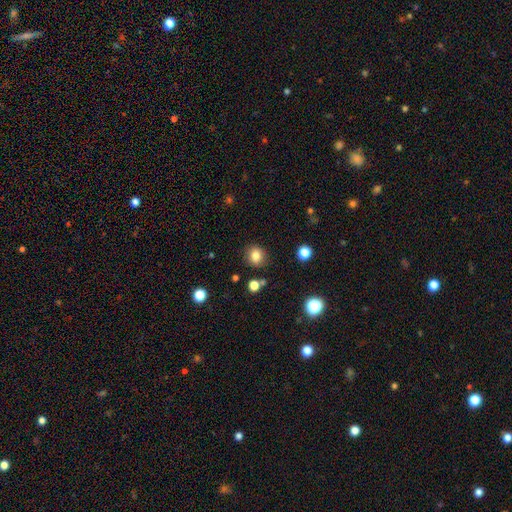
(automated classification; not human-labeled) Smooth or featured? smooth (82%)
How rounded? round (79%)
Merging? none (86%)